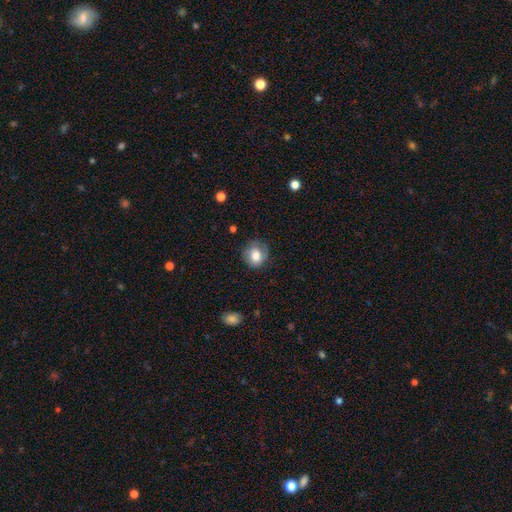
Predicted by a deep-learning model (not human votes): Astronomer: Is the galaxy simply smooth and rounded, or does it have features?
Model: smooth — 78%.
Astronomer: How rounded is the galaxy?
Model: round — 78%.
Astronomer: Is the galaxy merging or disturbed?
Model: none — 69%.